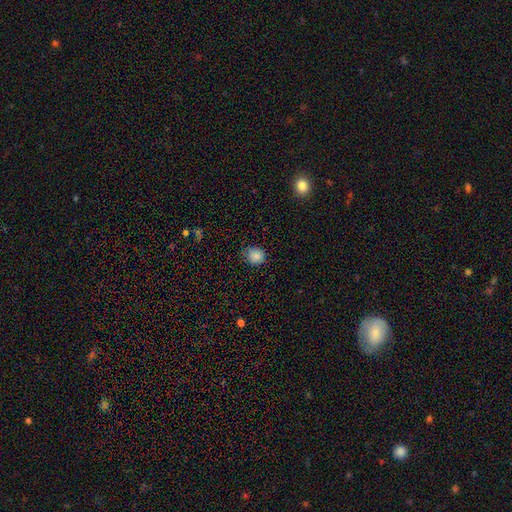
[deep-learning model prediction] A smooth galaxy with no disk features (85%) that is round (74%). Merging: none (74%).